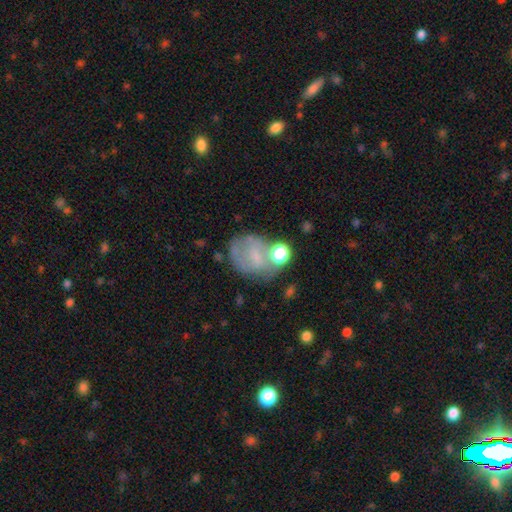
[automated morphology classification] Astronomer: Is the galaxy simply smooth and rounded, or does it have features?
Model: smooth — 47% (runner-up: featured or disk, 39%).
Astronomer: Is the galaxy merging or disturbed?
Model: none — 46% (runner-up: minor disturbance, 24%).